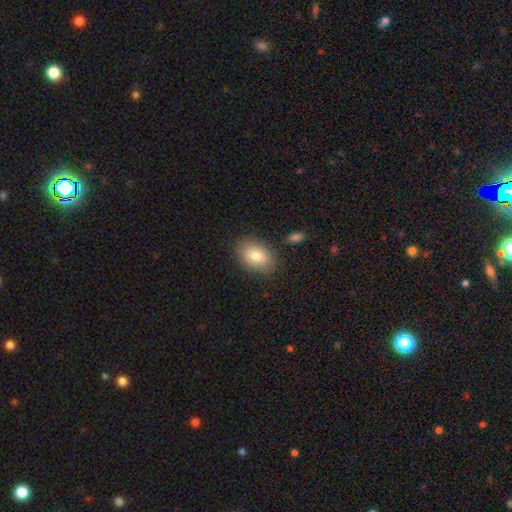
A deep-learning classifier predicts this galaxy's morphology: smooth 84%, featured or disk 9%, star or artifact 7%. Down the decision tree: how rounded — in between (84%); merging — none (83%).